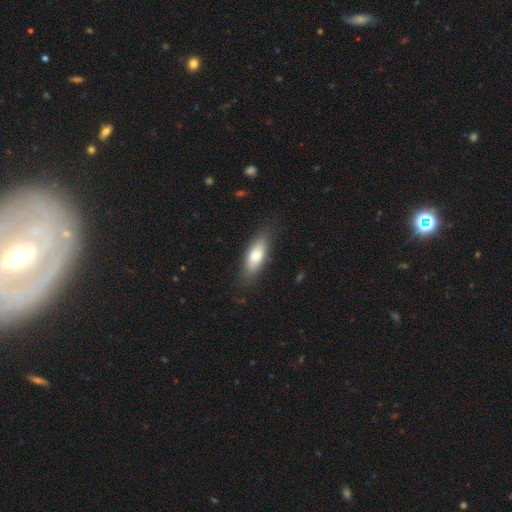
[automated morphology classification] This is likely a smooth galaxy (76%). How rounded: likely in between (68%). Merging: clearly none (82%).